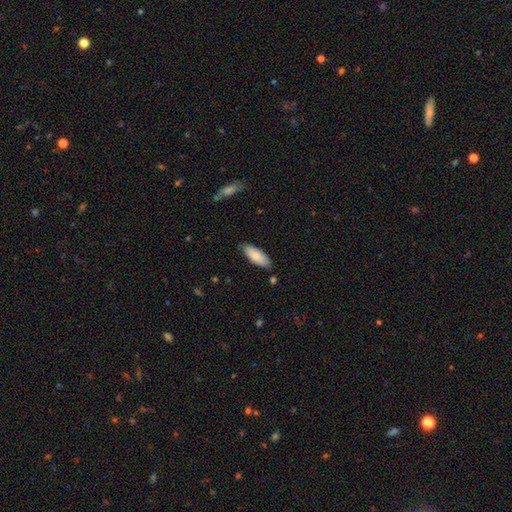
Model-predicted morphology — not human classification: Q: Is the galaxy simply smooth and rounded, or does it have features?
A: smooth — 80%.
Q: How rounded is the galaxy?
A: in between — 73%.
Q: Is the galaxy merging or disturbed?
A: none — 79%.